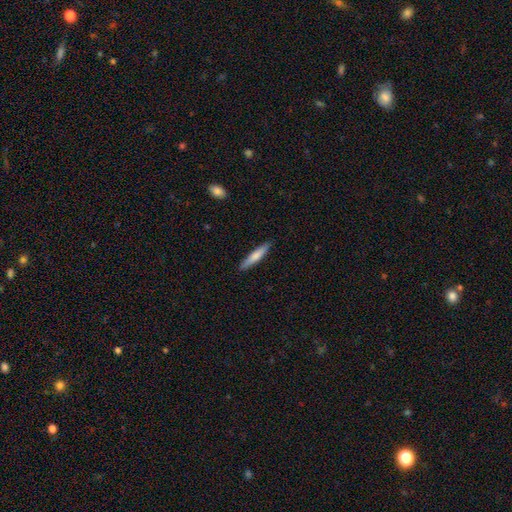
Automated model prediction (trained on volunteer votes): Smooth or featured: smooth — 70% (featured or disk — 24%)
How rounded: cigar-shaped — 89% (in between — 10%)
Merging: none — 89% (minor disturbance — 8%)